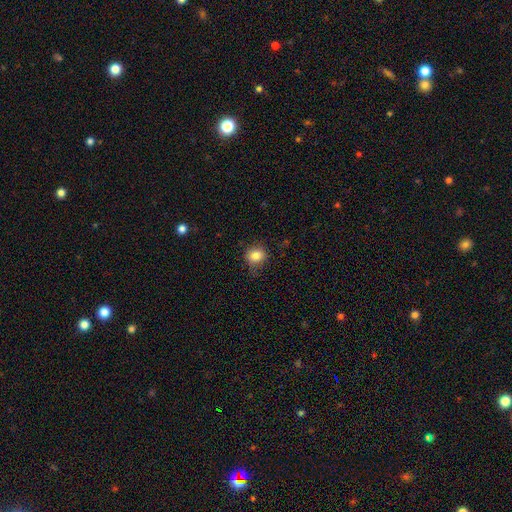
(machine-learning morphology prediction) Smooth or featured?
  - smooth: 85% *
  - star or artifact: 10%
  - featured or disk: 5%
How rounded?
  - round: 69% *
  - in between: 30%
  - cigar-shaped: 1%
Merging?
  - none: 75% *
  - minor disturbance: 19%
  - major disturbance: 5%
  - merger: 1%